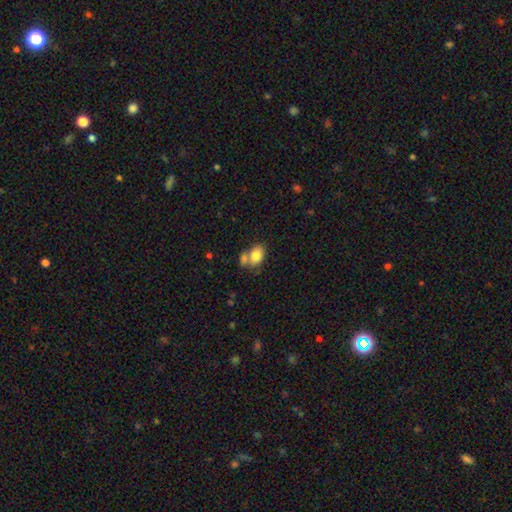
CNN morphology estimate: Smooth or featured? Predicted: smooth (p=0.80). How rounded? Predicted: in between (p=0.81). Merging? Predicted: none (p=0.42).